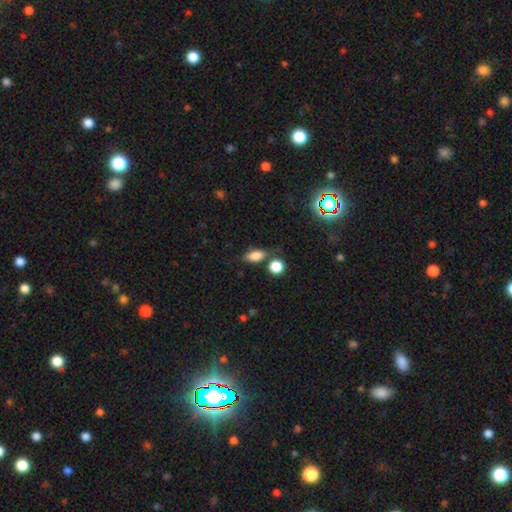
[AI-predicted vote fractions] Q: Smooth or featured?
A: smooth (82%); runner-up: star or artifact (11%)
Q: How rounded?
A: in between (82%); runner-up: round (11%)
Q: Merging?
A: none (67%); runner-up: minor disturbance (17%)